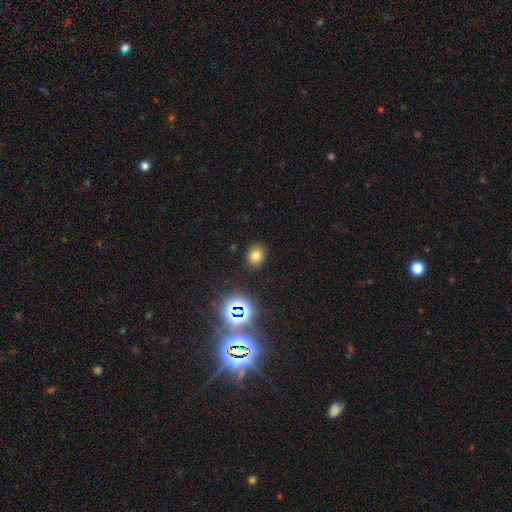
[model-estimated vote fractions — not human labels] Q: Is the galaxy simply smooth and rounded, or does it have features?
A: smooth — 72%.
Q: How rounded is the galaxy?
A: round — 55%.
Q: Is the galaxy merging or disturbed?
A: none — 87%.